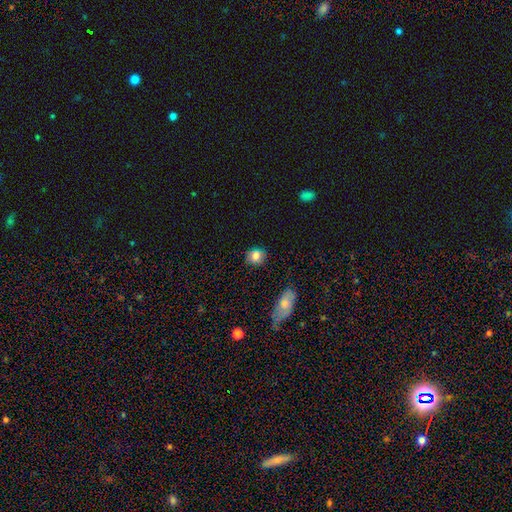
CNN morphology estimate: Smooth or featured: smooth — 79% (star or artifact — 11%)
How rounded: round — 69% (in between — 30%)
Merging: none — 78% (minor disturbance — 15%)